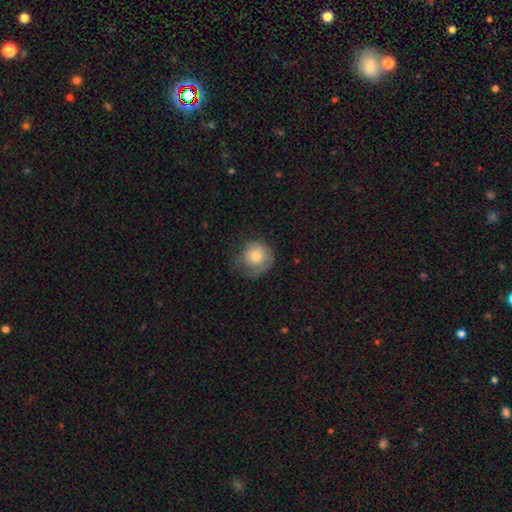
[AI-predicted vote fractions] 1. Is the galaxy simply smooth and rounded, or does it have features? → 73% smooth, 20% featured or disk, 7% star or artifact.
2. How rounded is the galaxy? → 85% round, 14% in between, 1% cigar-shaped.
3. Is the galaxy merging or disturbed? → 49% none, 29% minor disturbance, 21% major disturbance, 1% merger.